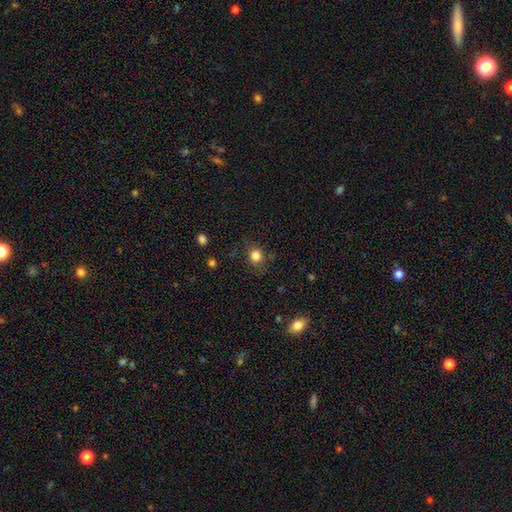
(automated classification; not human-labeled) Overall: smooth (83%). How rounded: round (80%). Merging: none (82%).